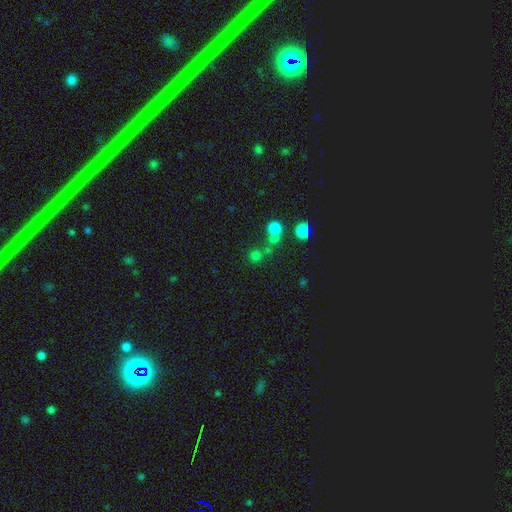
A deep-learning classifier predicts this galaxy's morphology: Smooth or featured?
  - smooth: 70% *
  - star or artifact: 22%
  - featured or disk: 8%
How rounded?
  - round: 90% *
  - in between: 9%
  - cigar-shaped: 1%
Merging?
  - none: 62% *
  - merger: 25%
  - minor disturbance: 8%
  - major disturbance: 5%